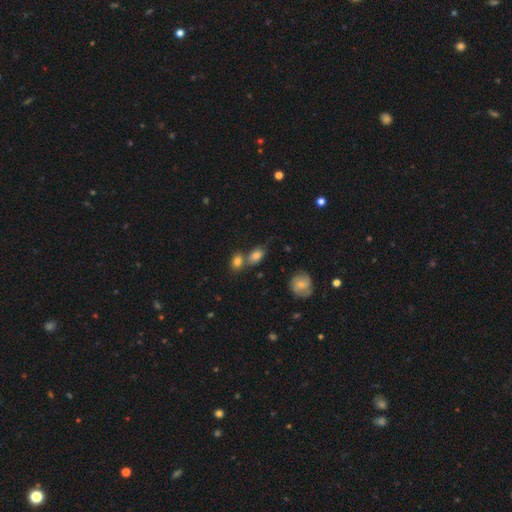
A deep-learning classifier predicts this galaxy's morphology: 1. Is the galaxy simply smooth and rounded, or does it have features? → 77% smooth, 12% featured or disk, 11% star or artifact.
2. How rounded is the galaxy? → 80% in between, 16% round, 4% cigar-shaped.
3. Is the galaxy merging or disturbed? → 47% none, 35% merger, 13% minor disturbance, 5% major disturbance.